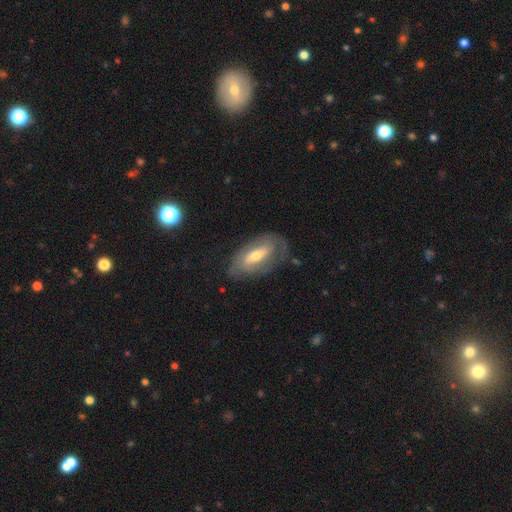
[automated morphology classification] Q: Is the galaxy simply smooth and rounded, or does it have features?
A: featured or disk — 68%.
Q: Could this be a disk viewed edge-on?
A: no — 89%.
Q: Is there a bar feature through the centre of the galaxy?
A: weak — 37%.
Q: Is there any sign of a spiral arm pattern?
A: yes — 72%.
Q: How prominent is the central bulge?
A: moderate — 58%.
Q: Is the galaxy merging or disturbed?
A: none — 67%.